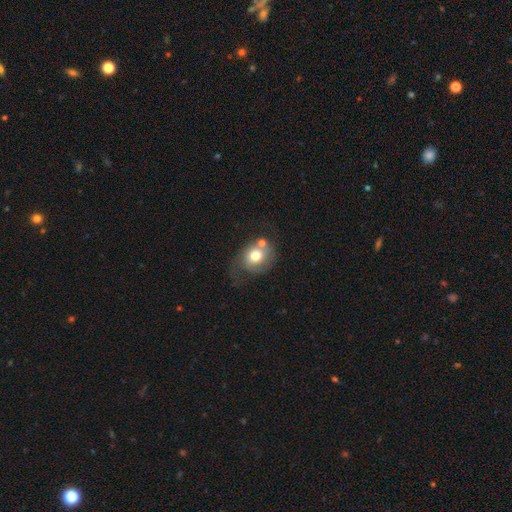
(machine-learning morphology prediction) A smooth galaxy with no disk features (58%) that is round (62%).

Vote fractions:
- Smooth or featured? smooth: 58% / featured or disk: 33% / star or artifact: 9%
- How rounded? round: 62% / in between: 37% / cigar-shaped: 1%
- Merging? none: 35% / minor disturbance: 24% / major disturbance: 22% / merger: 19%